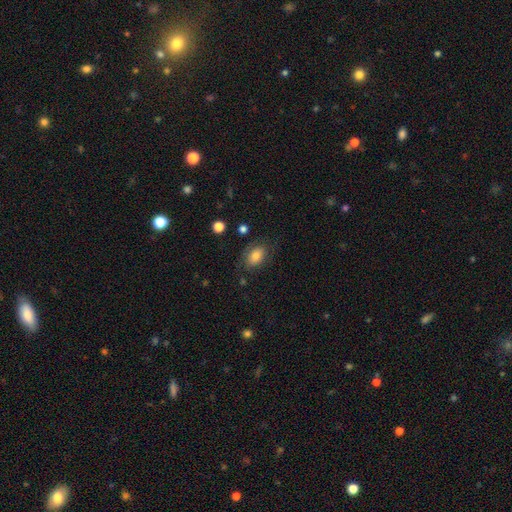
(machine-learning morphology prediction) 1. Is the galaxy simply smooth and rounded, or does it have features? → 79% smooth, 13% featured or disk, 9% star or artifact.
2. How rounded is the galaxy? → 86% in between, 12% round, 2% cigar-shaped.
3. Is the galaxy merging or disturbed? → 72% none, 18% minor disturbance, 7% major disturbance, 2% merger.